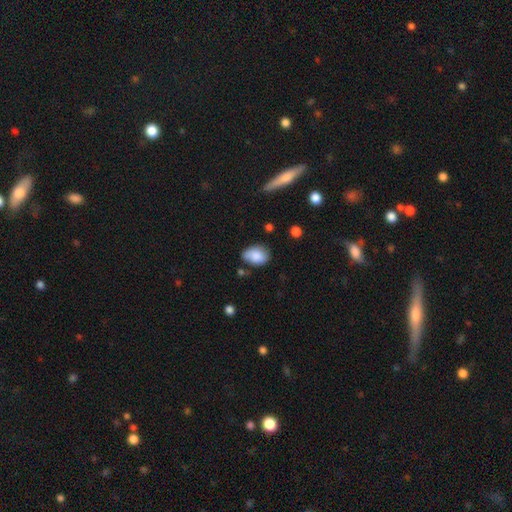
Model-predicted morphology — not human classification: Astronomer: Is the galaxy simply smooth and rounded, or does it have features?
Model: smooth — 83%.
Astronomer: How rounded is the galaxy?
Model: in between — 79%.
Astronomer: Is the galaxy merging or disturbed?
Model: none — 61%.